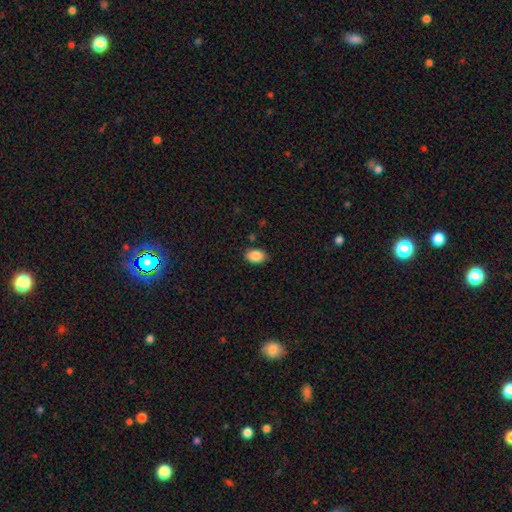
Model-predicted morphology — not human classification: This is clearly a smooth galaxy (87%). How rounded: clearly in between (85%). Merging: clearly none (85%).